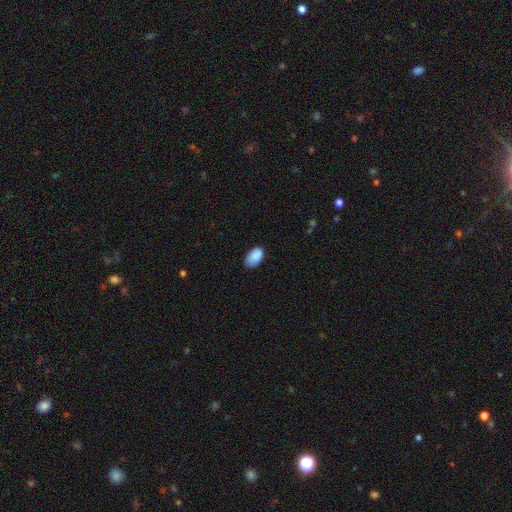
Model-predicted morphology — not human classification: This appears to be a smooth galaxy with no disk features (87%) that is in between round and cigar-shaped (93%). Merging: none (68%).